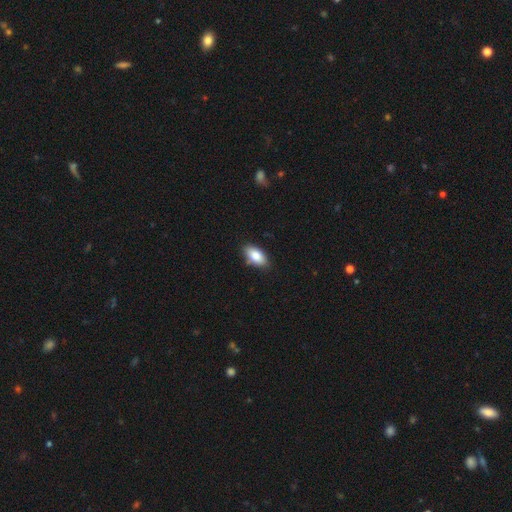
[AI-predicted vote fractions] smooth-or-featured: smooth: 84% | featured or disk: 9% | star or artifact: 7%
  how-rounded: in between: 92% | cigar-shaped: 4% | round: 4%
  merging: none: 84% | minor disturbance: 12% | major disturbance: 2% | merger: 2%